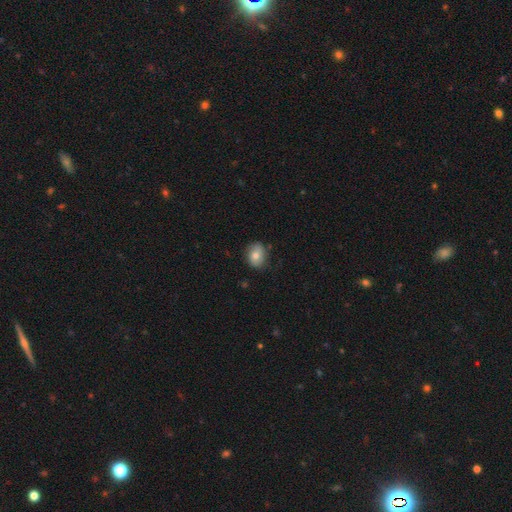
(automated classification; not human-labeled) smooth 74%, featured or disk 18%, star or artifact 9%. Down the decision tree: how rounded — round (50%); merging — none (78%).